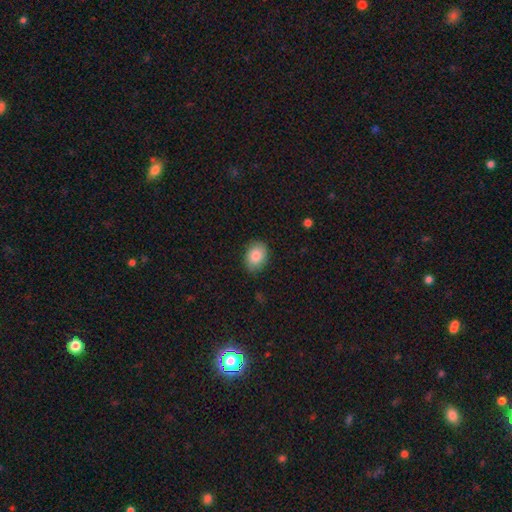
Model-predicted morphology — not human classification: Smooth or featured? smooth (86%)
How rounded? in between (70%)
Merging? none (84%)